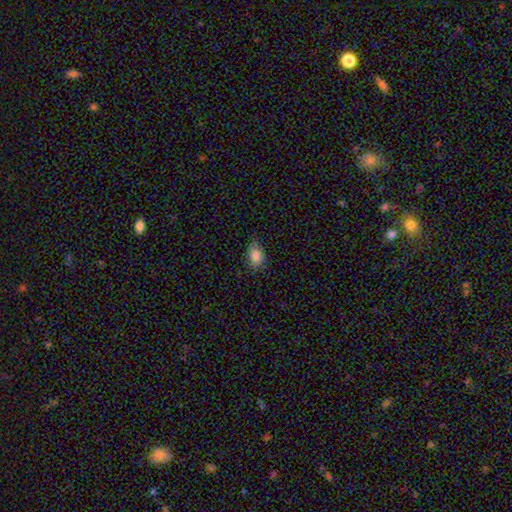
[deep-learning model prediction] Morphology: type=smooth (86%); roundness=in between (85%); merging=none (73%).